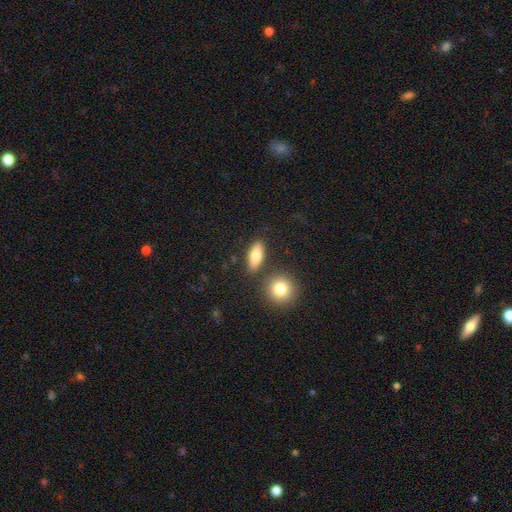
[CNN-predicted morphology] This is likely a smooth galaxy (78%). How rounded: likely in between (74%). Merging: clearly none (80%).